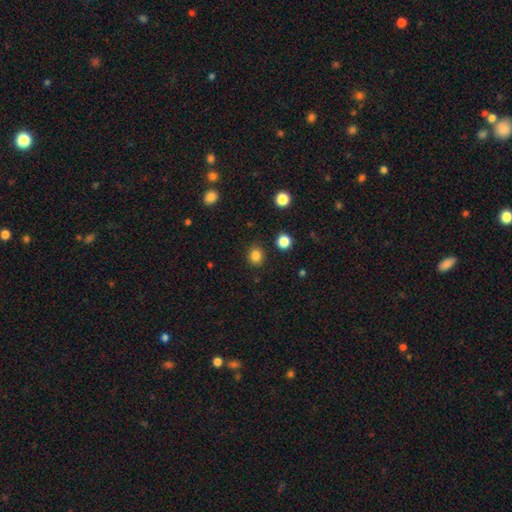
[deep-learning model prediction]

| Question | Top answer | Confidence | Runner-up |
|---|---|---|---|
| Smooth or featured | smooth | 84% | star or artifact (12%) |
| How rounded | round | 76% | in between (24%) |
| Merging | none | 87% | minor disturbance (8%) |